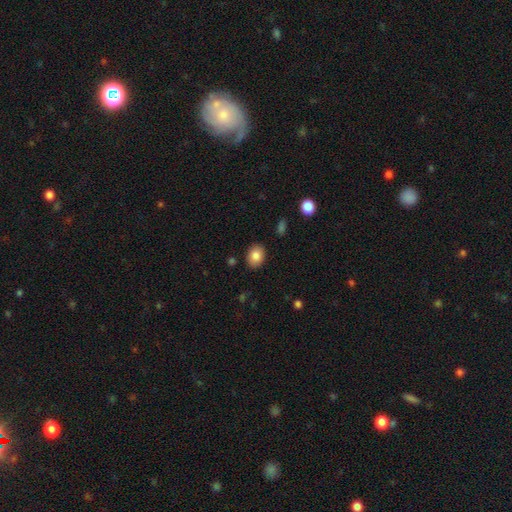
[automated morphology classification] This is clearly a smooth galaxy (85%). How rounded: likely in between (66%). Merging: clearly none (88%).